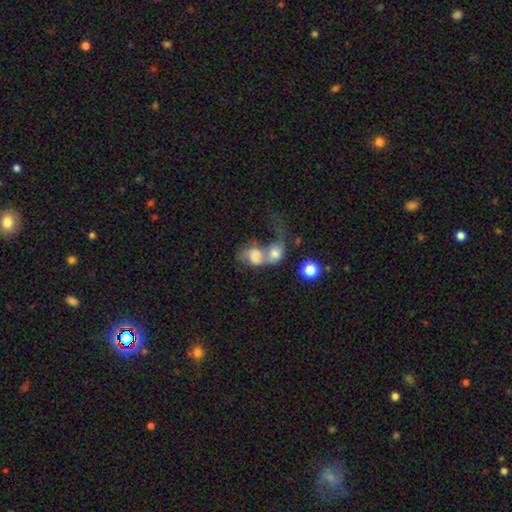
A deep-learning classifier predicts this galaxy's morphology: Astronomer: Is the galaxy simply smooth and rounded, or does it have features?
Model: smooth — 51% (runner-up: featured or disk, 38%).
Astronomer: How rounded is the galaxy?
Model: in between — 55% (runner-up: round, 43%).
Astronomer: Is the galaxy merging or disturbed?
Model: merger — 69%.